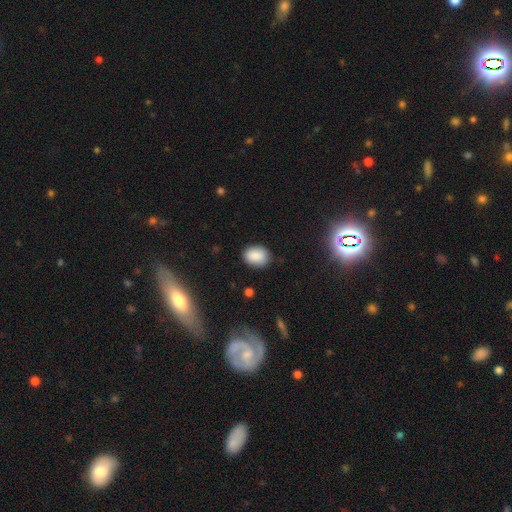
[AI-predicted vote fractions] smooth-or-featured: smooth: 87% | star or artifact: 8% | featured or disk: 5%
  how-rounded: in between: 63% | round: 36% | cigar-shaped: 1%
  merging: none: 84% | minor disturbance: 12% | major disturbance: 3% | merger: 1%